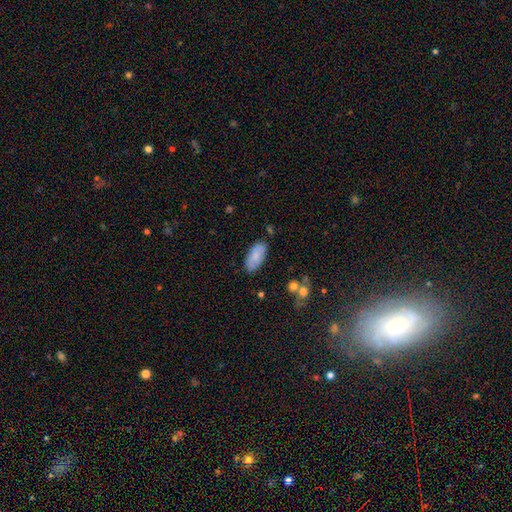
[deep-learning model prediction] Smooth or featured: smooth — 81% (featured or disk — 13%)
How rounded: in between — 89% (cigar-shaped — 8%)
Merging: none — 82% (minor disturbance — 13%)